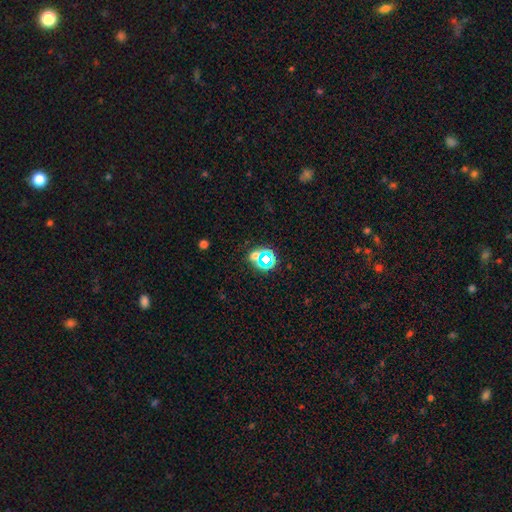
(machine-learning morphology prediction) Smooth or featured? star or artifact (53%)